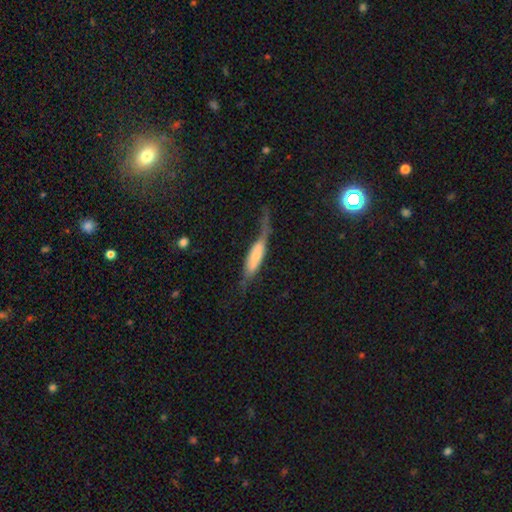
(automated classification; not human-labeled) Smooth or featured? Predicted: smooth (p=0.51). How rounded? Predicted: cigar-shaped (p=0.65). Merging? Predicted: none (p=0.36).